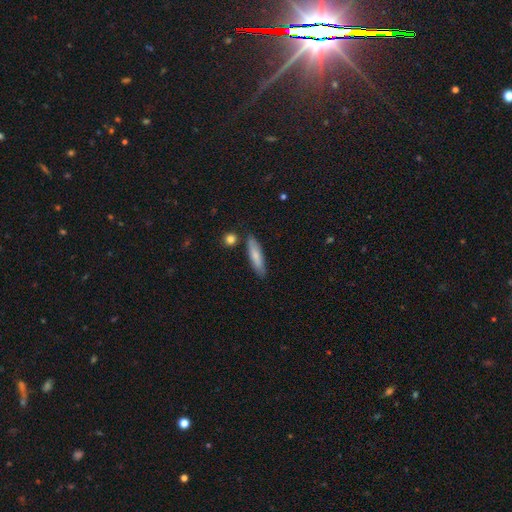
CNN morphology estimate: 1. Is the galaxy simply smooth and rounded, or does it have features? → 74% smooth, 20% featured or disk, 6% star or artifact.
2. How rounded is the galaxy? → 74% cigar-shaped, 25% in between, 2% round.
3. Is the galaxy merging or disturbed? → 81% none, 12% minor disturbance, 4% merger, 2% major disturbance.